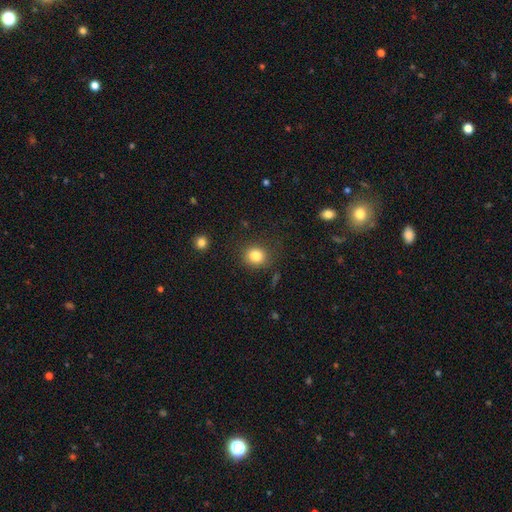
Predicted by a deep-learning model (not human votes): smooth-or-featured: smooth: 83% | star or artifact: 11% | featured or disk: 6%
  how-rounded: round: 82% | in between: 17% | cigar-shaped: 1%
  merging: none: 84% | minor disturbance: 10% | major disturbance: 4% | merger: 2%